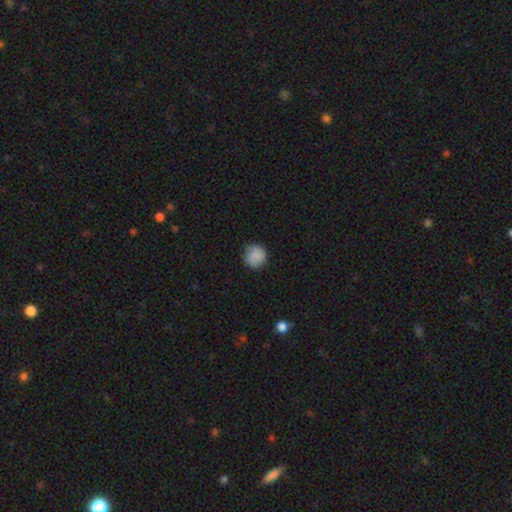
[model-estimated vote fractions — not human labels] Q: Smooth or featured?
A: smooth (86%); runner-up: star or artifact (8%)
Q: How rounded?
A: round (90%); runner-up: in between (9%)
Q: Merging?
A: none (80%); runner-up: minor disturbance (15%)